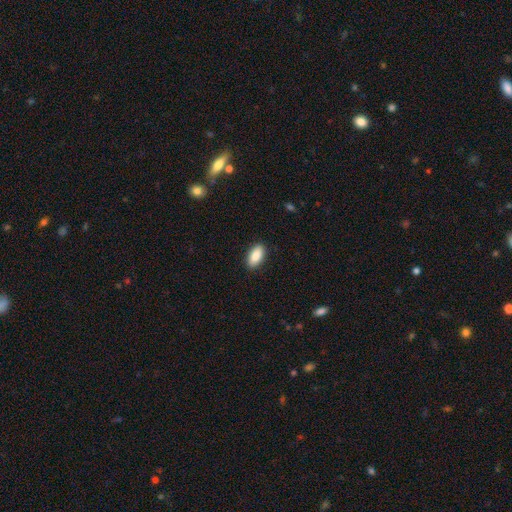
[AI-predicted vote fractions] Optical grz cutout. It shows a smooth galaxy with no disk features (88%) that is in between round and cigar-shaped (91%). Merging: none (89%).